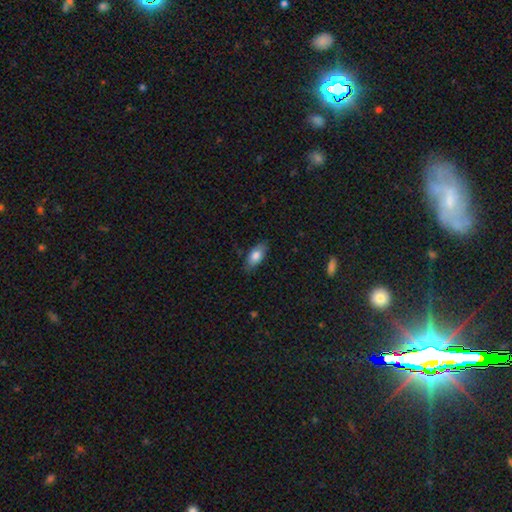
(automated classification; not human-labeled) Smooth or featured: smooth — 80% (featured or disk — 13%)
How rounded: in between — 88% (cigar-shaped — 9%)
Merging: none — 83% (minor disturbance — 13%)